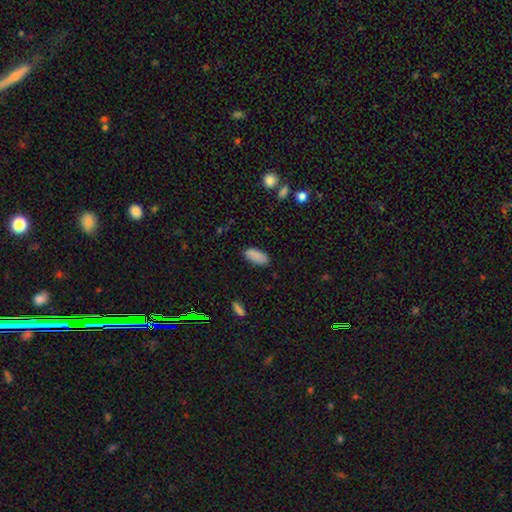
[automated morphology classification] A smooth galaxy with no disk features (88%) that is in between round and cigar-shaped (88%). Merging: none (85%).